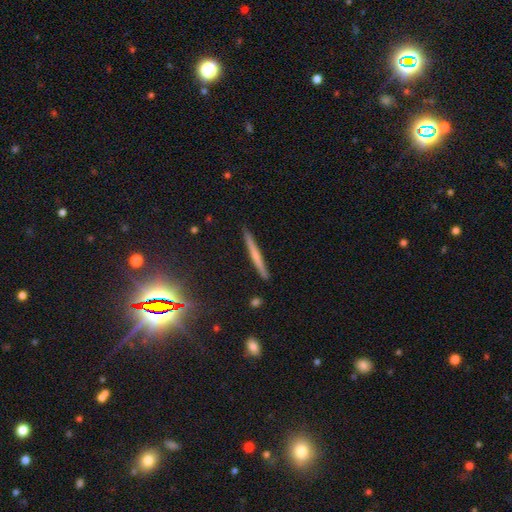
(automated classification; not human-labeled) A smooth galaxy with no disk features (46%).

Vote fractions:
- Smooth or featured? smooth: 46% / featured or disk: 44% / star or artifact: 10%
- Merging? none: 90% / minor disturbance: 7% / merger: 1% / major disturbance: 1%